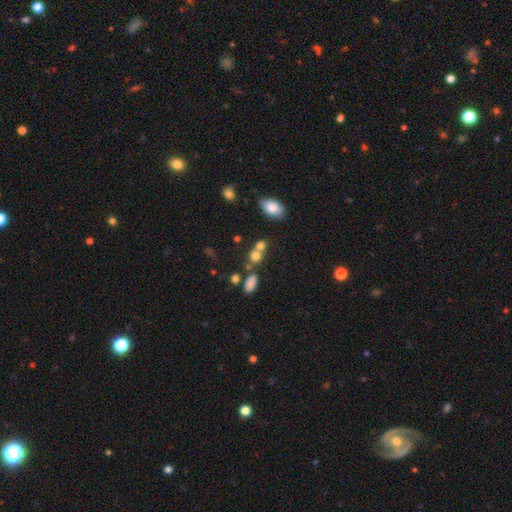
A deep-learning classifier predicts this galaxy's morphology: smooth_or_featured: smooth (p=0.73) [alt: star or artifact p=0.15]
how_rounded: round (p=0.60) [alt: in between p=0.38]
merging: merger (p=0.44) [alt: none p=0.41]